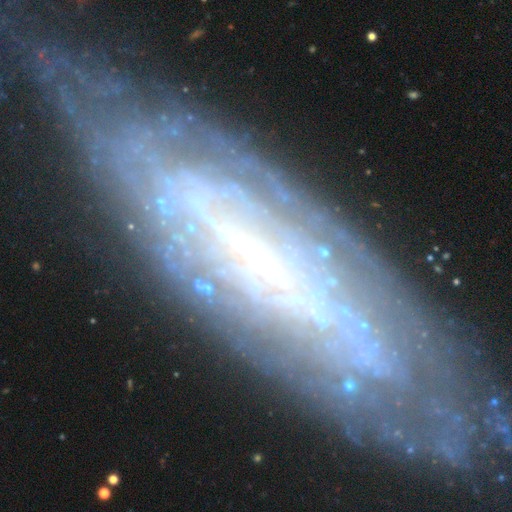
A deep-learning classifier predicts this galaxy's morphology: Q: Smooth or featured?
A: featured or disk (75%); runner-up: smooth (15%)
Q: Edge-on disk?
A: no (75%); runner-up: yes (25%)
Q: Bar?
A: no (36%); runner-up: weak (32%)
Q: Spiral arms?
A: yes (63%); runner-up: no (37%)
Q: Bulge size?
A: none (40%); runner-up: small (35%)
Q: Merging?
A: none (68%); runner-up: minor disturbance (20%)